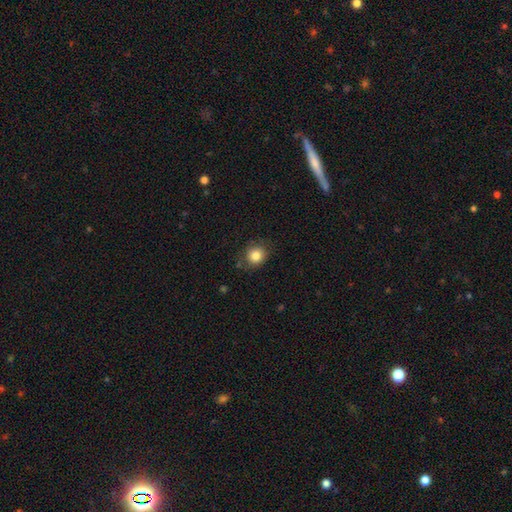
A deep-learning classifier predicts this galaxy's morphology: Smooth or featured: smooth — 83% (star or artifact — 10%)
How rounded: round — 78% (in between — 22%)
Merging: none — 77% (minor disturbance — 17%)